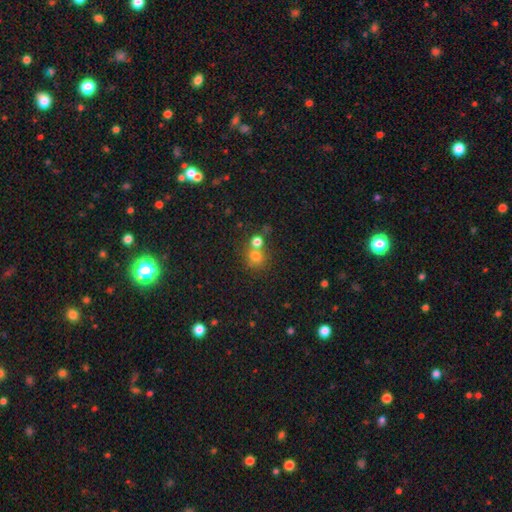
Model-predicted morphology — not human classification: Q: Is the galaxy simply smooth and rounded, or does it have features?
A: smooth — 73%.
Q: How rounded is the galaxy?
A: round — 83%.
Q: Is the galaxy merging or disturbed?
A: none — 46%.